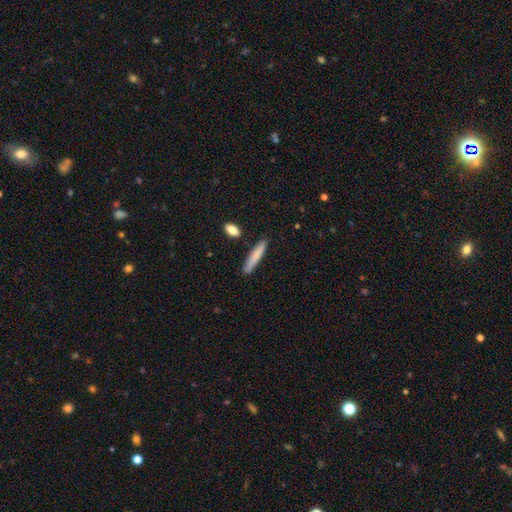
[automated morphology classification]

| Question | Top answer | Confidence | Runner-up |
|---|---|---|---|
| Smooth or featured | smooth | 79% | featured or disk (15%) |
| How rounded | cigar-shaped | 91% | in between (7%) |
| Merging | none | 86% | minor disturbance (9%) |